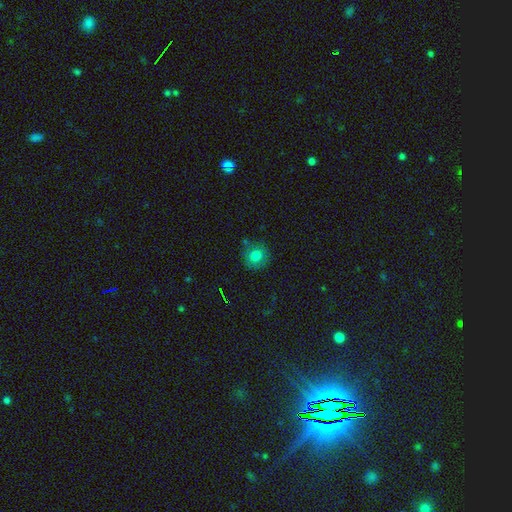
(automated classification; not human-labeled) The model was most divided on "smooth or featured": smooth: 79%, star or artifact: 13%, featured or disk: 9%. More confident: how rounded — round (88%); merging — none (80%).